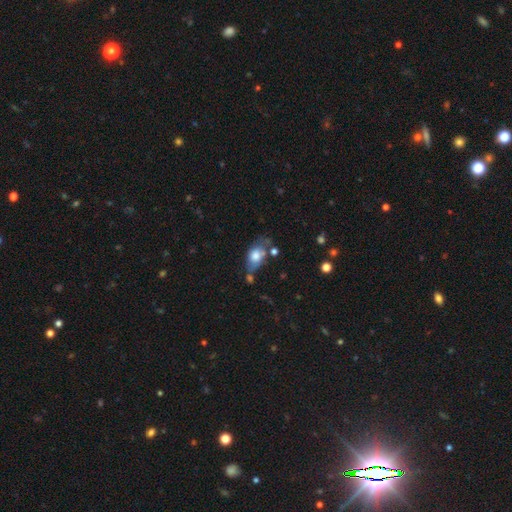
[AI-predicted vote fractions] Smooth or featured? smooth (68%)
How rounded? in between (82%)
Merging? none (39%)